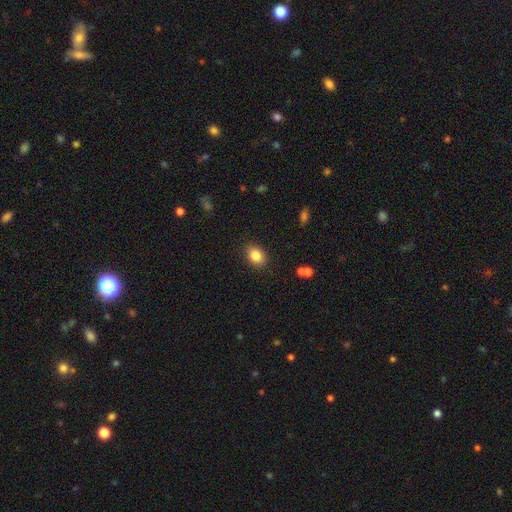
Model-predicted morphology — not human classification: Q: Smooth or featured?
A: smooth (85%); runner-up: star or artifact (9%)
Q: How rounded?
A: in between (70%); runner-up: round (29%)
Q: Merging?
A: none (87%); runner-up: minor disturbance (9%)